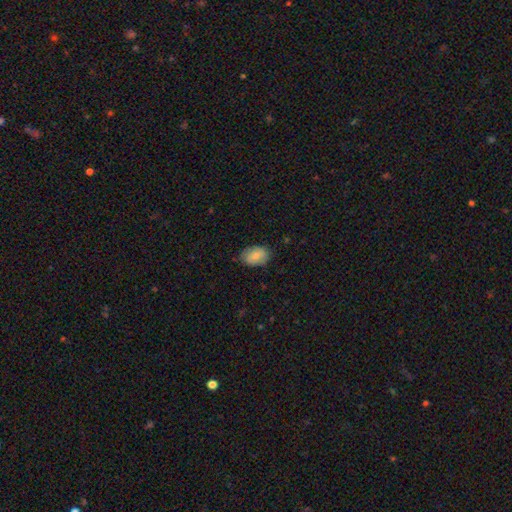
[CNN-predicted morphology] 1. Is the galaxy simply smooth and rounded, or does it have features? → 81% smooth, 12% featured or disk, 7% star or artifact.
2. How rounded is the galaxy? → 83% in between, 16% round, 1% cigar-shaped.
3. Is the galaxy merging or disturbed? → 77% none, 18% minor disturbance, 4% major disturbance, 1% merger.